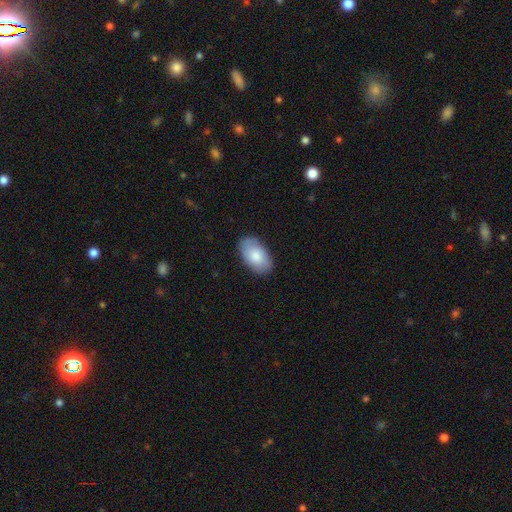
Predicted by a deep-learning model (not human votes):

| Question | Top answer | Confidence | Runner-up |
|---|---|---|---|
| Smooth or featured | smooth | 78% | featured or disk (16%) |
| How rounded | in between | 94% | round (4%) |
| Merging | none | 81% | minor disturbance (15%) |